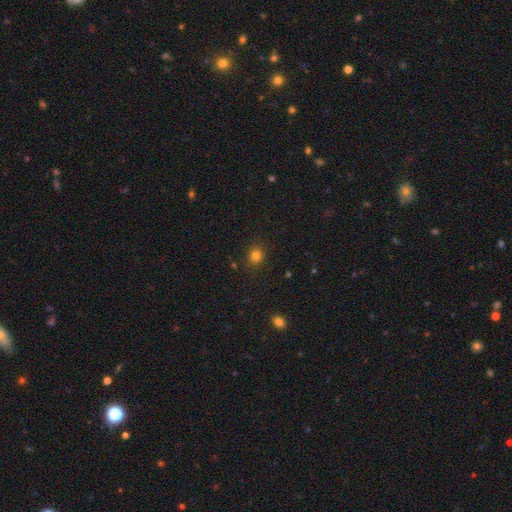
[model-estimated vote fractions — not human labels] This appears to be a smooth galaxy with no disk features (81%) that is round (80%). Merging: none (88%).